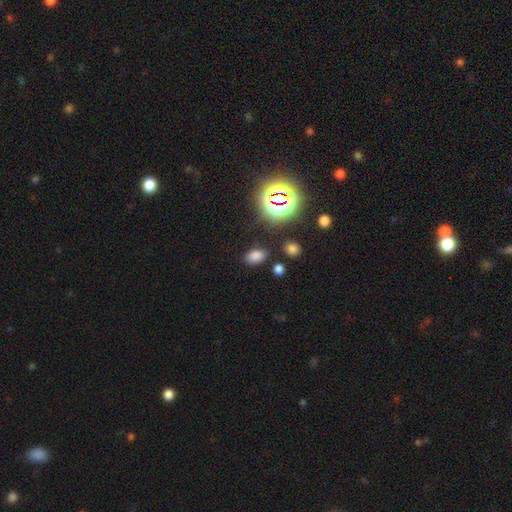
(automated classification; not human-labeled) Smooth or featured? Predicted: smooth (p=0.71). How rounded? Predicted: in between (p=0.86). Merging? Predicted: none (p=0.83).